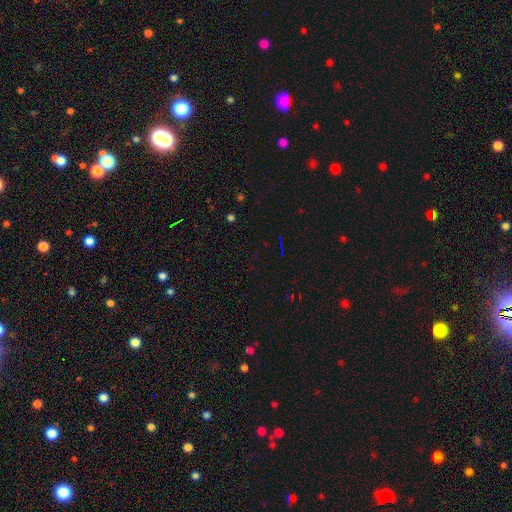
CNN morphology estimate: Smooth or featured: star or artifact — 72% (smooth — 19%)